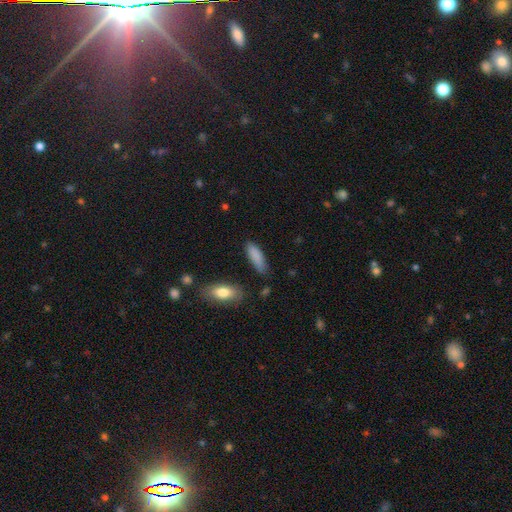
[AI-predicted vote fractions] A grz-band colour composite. It shows a smooth galaxy with no disk features (86%) that is in between round and cigar-shaped (56%). Merging: none (70%).